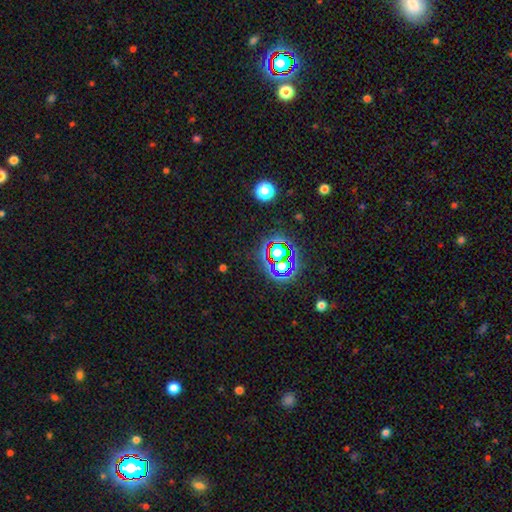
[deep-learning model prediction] Smooth or featured? star or artifact (76%)